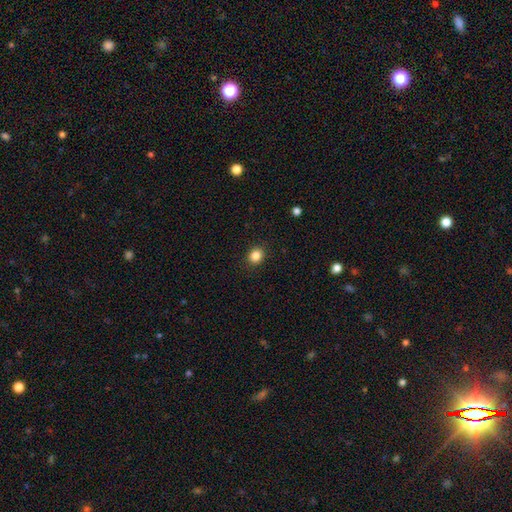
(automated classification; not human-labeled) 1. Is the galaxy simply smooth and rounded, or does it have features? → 85% smooth, 11% star or artifact, 4% featured or disk.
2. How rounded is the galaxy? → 64% round, 35% in between, 1% cigar-shaped.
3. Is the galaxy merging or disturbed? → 90% none, 7% minor disturbance, 2% major disturbance, 1% merger.